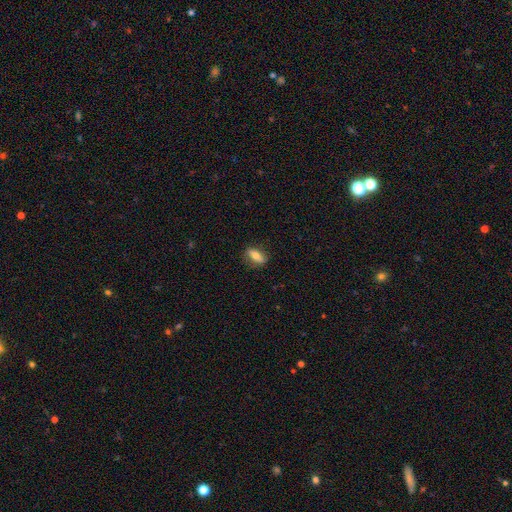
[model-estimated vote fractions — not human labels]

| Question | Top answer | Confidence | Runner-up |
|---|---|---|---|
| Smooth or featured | smooth | 68% | featured or disk (24%) |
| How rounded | in between | 79% | cigar-shaped (14%) |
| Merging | none | 79% | minor disturbance (16%) |